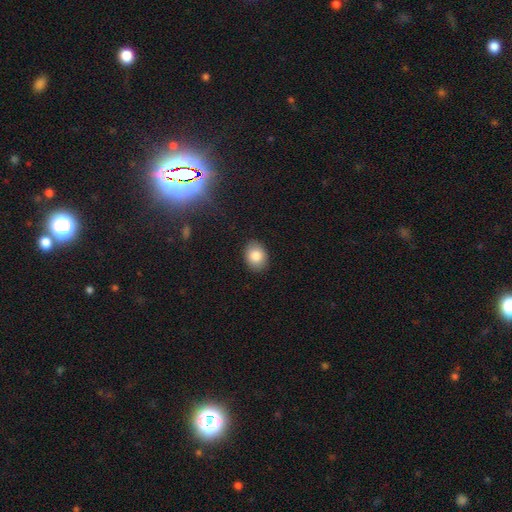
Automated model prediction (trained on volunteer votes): Smooth or featured? Predicted: smooth (p=0.84). How rounded? Predicted: in between (p=0.64). Merging? Predicted: none (p=0.88).